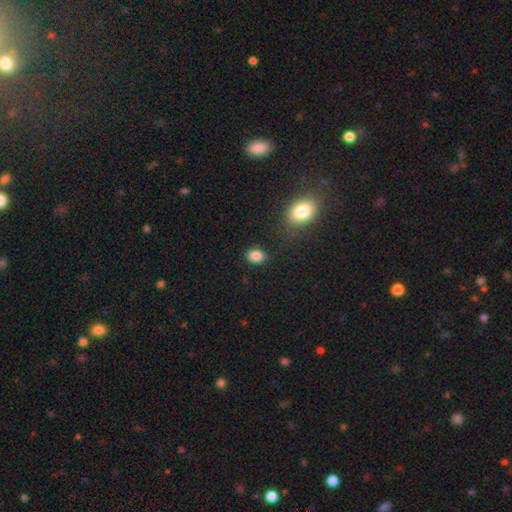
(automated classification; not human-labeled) This appears to be a smooth galaxy with no disk features (86%) that is in between round and cigar-shaped (73%). Merging: none (79%).